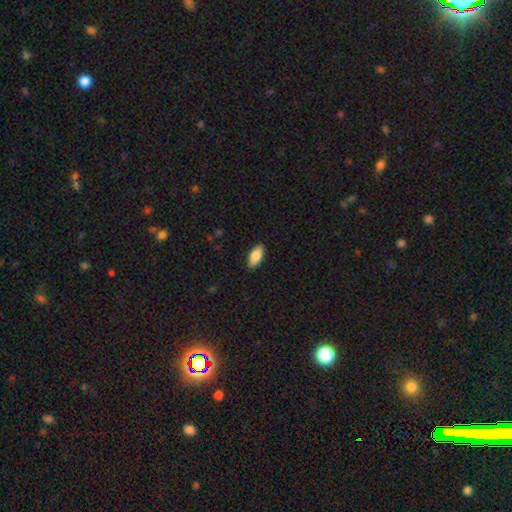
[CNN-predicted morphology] This is clearly a smooth galaxy (83%). How rounded: clearly in between (90%). Merging: clearly none (89%).